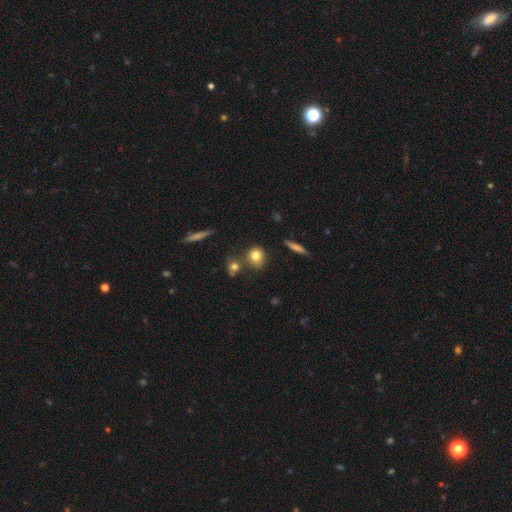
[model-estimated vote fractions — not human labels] This is likely a smooth galaxy (80%). How rounded: likely round (69%). Merging: likely none (68%).